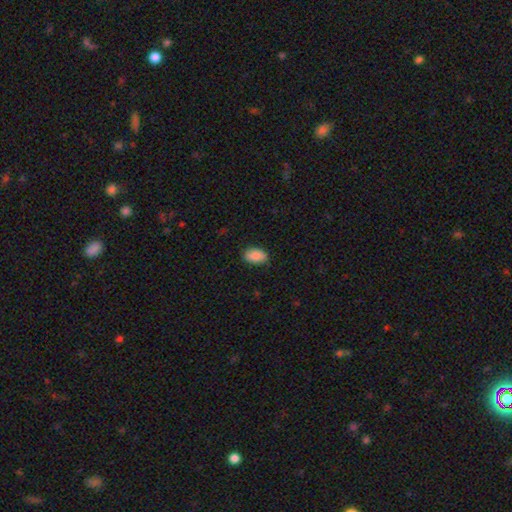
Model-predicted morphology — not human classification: The model was most divided on "merging": none: 80%, minor disturbance: 16%, major disturbance: 3%, merger: 1%. More confident: how rounded — in between (91%); smooth or featured — smooth (88%).